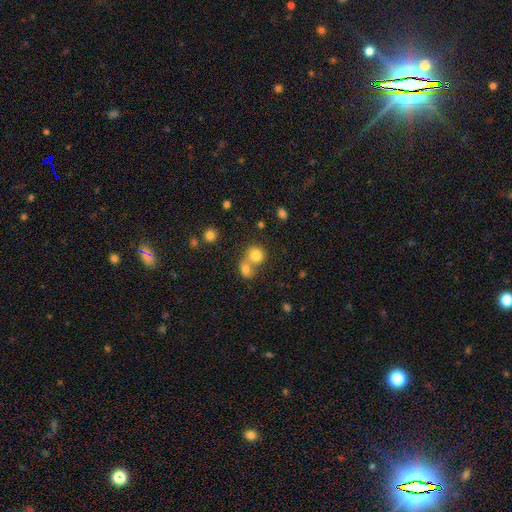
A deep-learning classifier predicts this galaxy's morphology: The model was most divided on "merging": merger: 53%, none: 37%, minor disturbance: 6%, major disturbance: 3%. More confident: how rounded — round (80%); smooth or featured — smooth (78%).